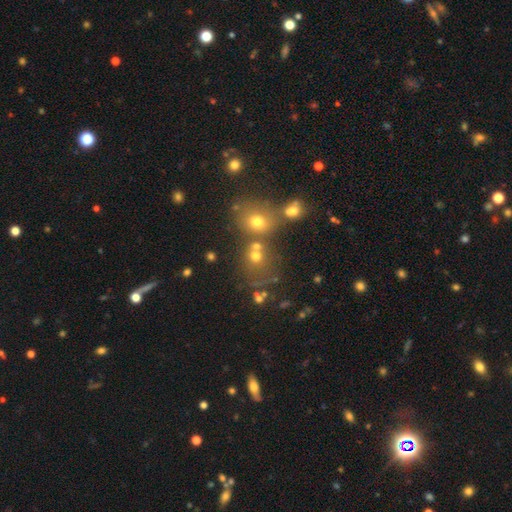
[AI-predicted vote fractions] smooth_or_featured: smooth (p=0.67) [alt: star or artifact p=0.21]
how_rounded: round (p=0.77) [alt: in between p=0.22]
merging: none (p=0.49) [alt: merger p=0.34]